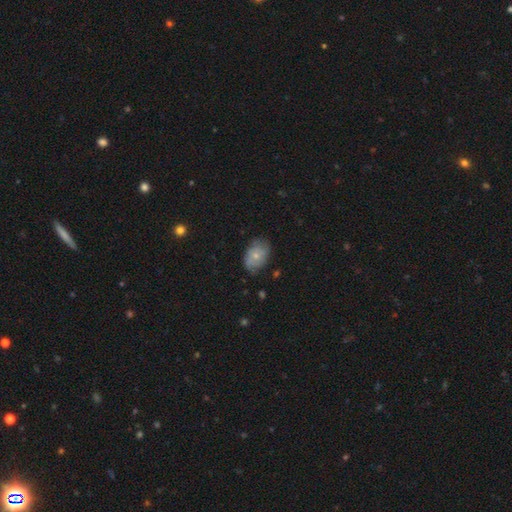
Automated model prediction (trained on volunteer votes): A smooth galaxy with no disk features (55%) that is in between round and cigar-shaped (82%). Merging: none (68%).